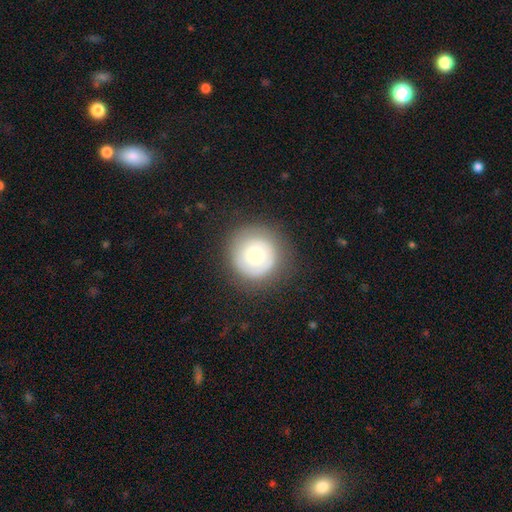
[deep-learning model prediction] This is likely a smooth galaxy (62%). How rounded: clearly round (95%). Merging: likely none (79%).